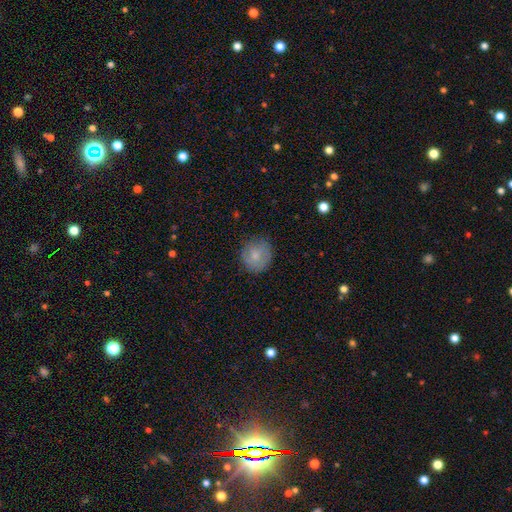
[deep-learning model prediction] Q: Smooth or featured?
A: smooth (76%); runner-up: featured or disk (17%)
Q: How rounded?
A: round (86%); runner-up: in between (13%)
Q: Merging?
A: none (80%); runner-up: minor disturbance (15%)